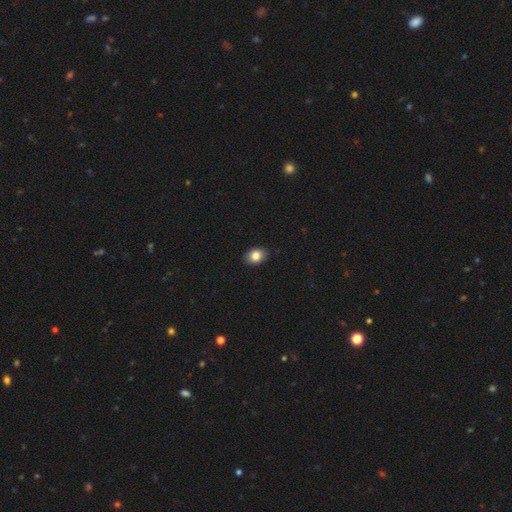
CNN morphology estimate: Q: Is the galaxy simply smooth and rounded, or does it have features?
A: smooth — 85%.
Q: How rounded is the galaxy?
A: in between — 70%.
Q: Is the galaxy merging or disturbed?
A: none — 88%.